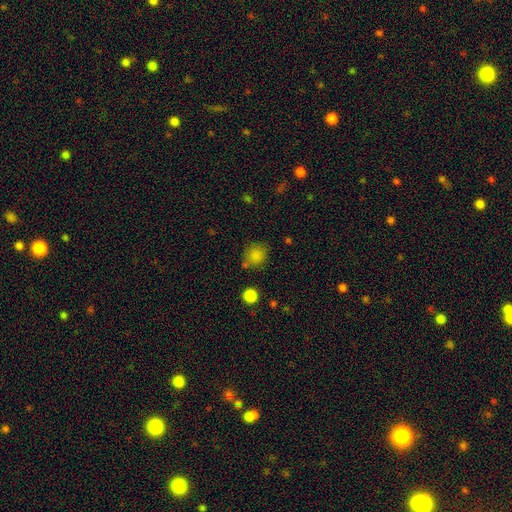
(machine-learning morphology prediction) smooth_or_featured: smooth (p=0.82) [alt: star or artifact p=0.13]
how_rounded: round (p=0.79) [alt: in between p=0.20]
merging: none (p=0.72) [alt: minor disturbance p=0.16]